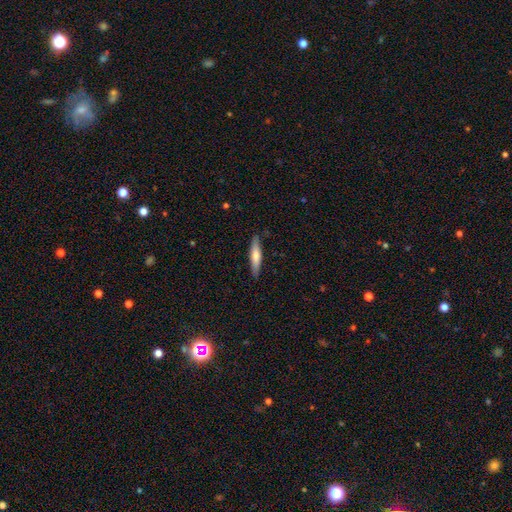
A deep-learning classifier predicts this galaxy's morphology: Smooth or featured?
  - smooth: 61% *
  - featured or disk: 34%
  - star or artifact: 5%
How rounded?
  - cigar-shaped: 86% *
  - in between: 13%
  - round: 1%
Merging?
  - none: 88% *
  - minor disturbance: 10%
  - major disturbance: 2%
  - merger: 1%